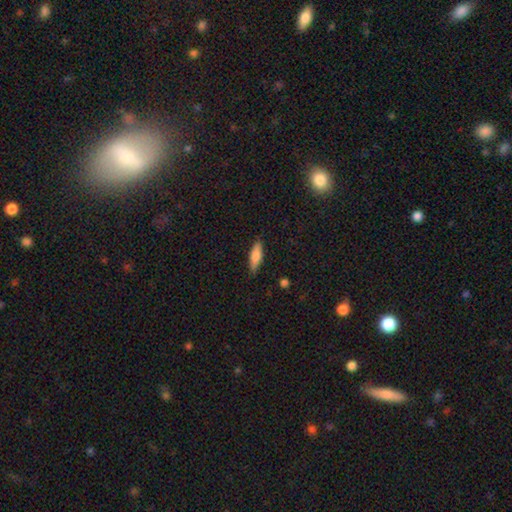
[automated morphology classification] smooth_or_featured: smooth (p=0.77) [alt: featured or disk p=0.16]
how_rounded: cigar-shaped (p=0.55) [alt: in between p=0.44]
merging: none (p=0.85) [alt: minor disturbance p=0.12]